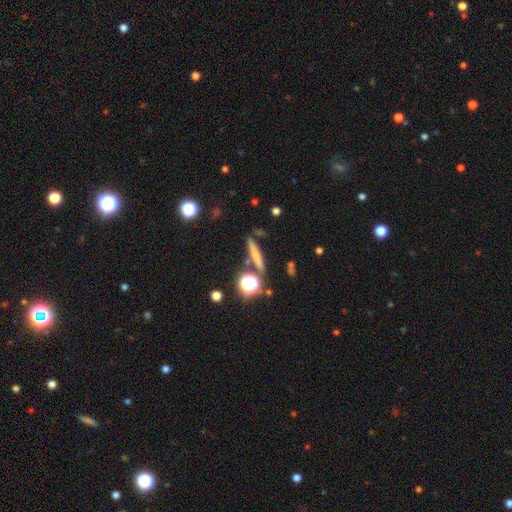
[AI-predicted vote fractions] Smooth or featured?
  - smooth: 61% *
  - featured or disk: 24%
  - star or artifact: 15%
How rounded?
  - cigar-shaped: 77% *
  - round: 13%
  - in between: 10%
Merging?
  - none: 80% *
  - minor disturbance: 9%
  - merger: 7%
  - major disturbance: 3%